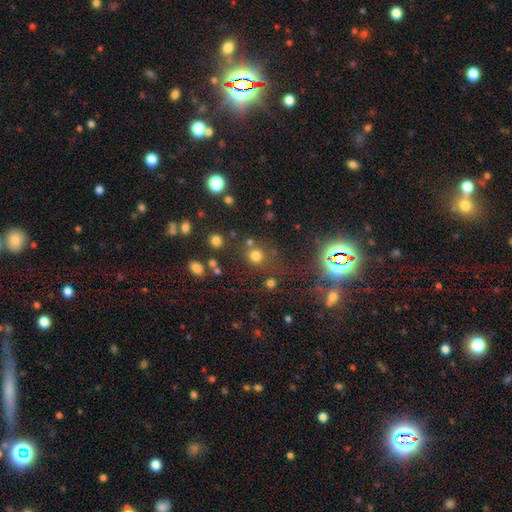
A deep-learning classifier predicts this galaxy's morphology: A smooth galaxy with no disk features (71%) that is round (88%). Merging: none (69%).